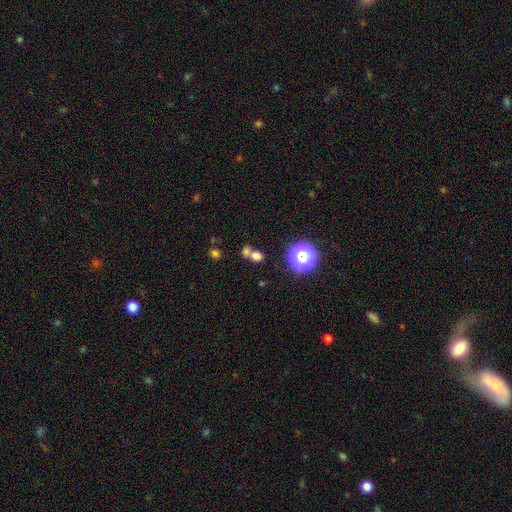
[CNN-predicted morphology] A smooth galaxy with no disk features (73%) that is round (56%). Merging: merger (44%).